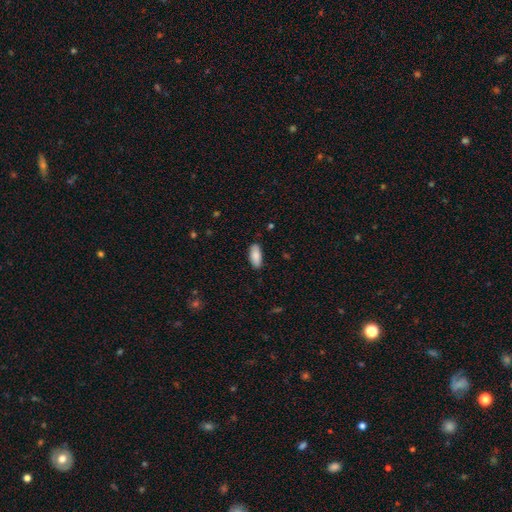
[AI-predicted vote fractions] smooth_or_featured: smooth (p=0.87) [alt: featured or disk p=0.07]
how_rounded: in between (p=0.87) [alt: cigar-shaped p=0.11]
merging: none (p=0.85) [alt: minor disturbance p=0.12]